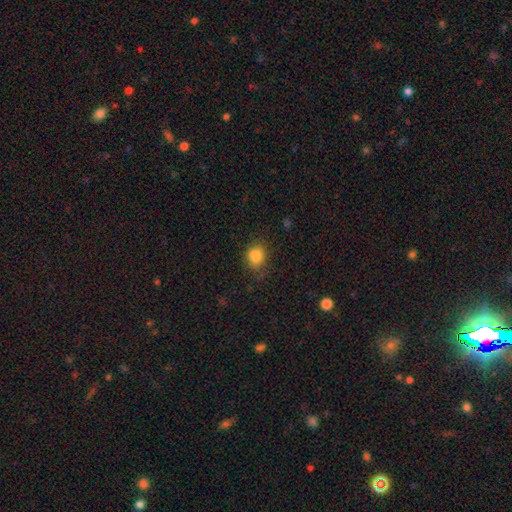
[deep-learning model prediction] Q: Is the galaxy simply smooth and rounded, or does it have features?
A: smooth — 85%.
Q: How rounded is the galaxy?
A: round — 54%.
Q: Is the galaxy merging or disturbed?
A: none — 73%.